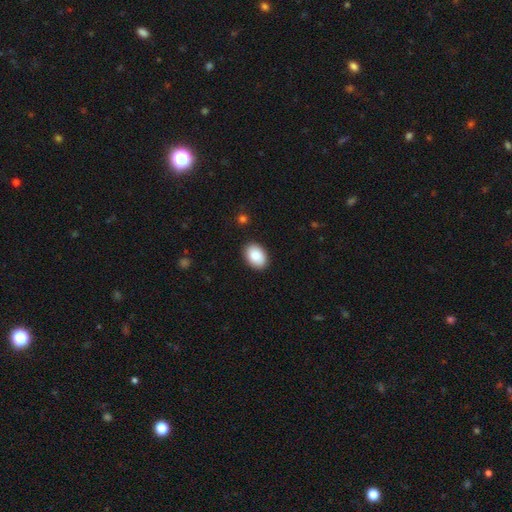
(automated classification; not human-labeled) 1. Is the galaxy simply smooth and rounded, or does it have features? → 87% smooth, 7% star or artifact, 7% featured or disk.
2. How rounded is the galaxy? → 82% in between, 17% round, 1% cigar-shaped.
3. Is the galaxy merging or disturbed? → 89% none, 8% minor disturbance, 2% major disturbance, 1% merger.